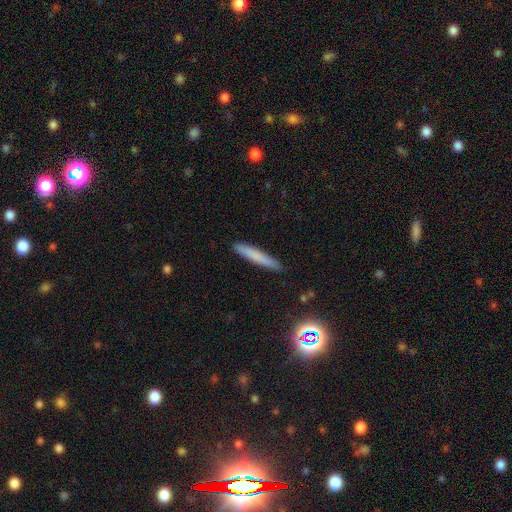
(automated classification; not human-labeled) smooth 72%, featured or disk 19%, star or artifact 9%. Down the decision tree: how rounded — cigar-shaped (94%); merging — none (89%).